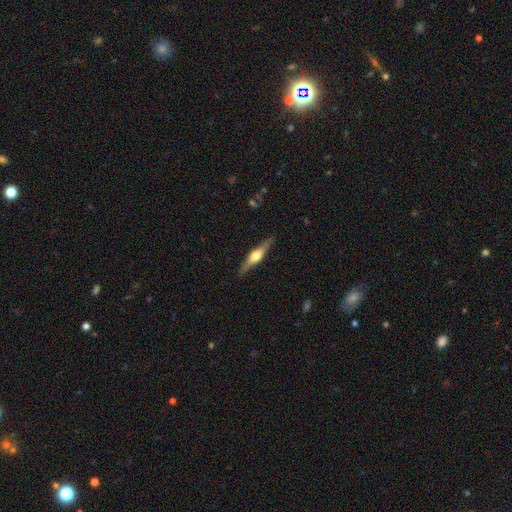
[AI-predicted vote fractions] Smooth or featured: featured or disk — 72% (smooth — 23%)
Edge-on disk: yes — 97% (no — 3%)
Edge-on bulge: rounded — 92% (boxy — 6%)
Merging: none — 89% (minor disturbance — 8%)